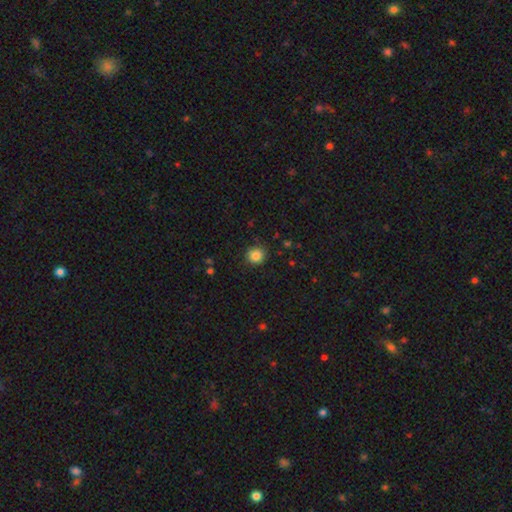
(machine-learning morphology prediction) This is clearly a smooth galaxy (84%). How rounded: clearly round (90%). Merging: clearly none (86%).